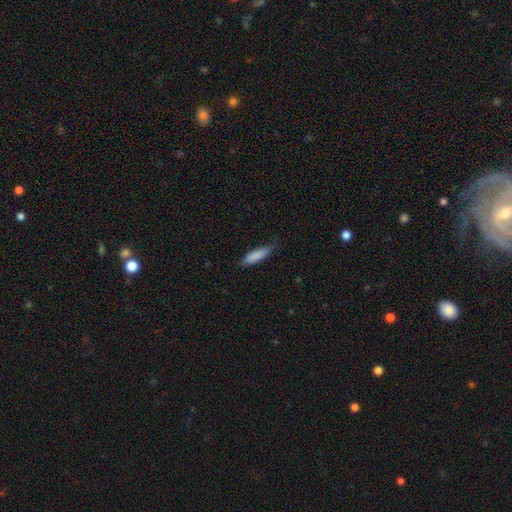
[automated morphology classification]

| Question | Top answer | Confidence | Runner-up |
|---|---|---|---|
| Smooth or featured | smooth | 86% | featured or disk (9%) |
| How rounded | cigar-shaped | 66% | in between (32%) |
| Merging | none | 76% | minor disturbance (20%) |